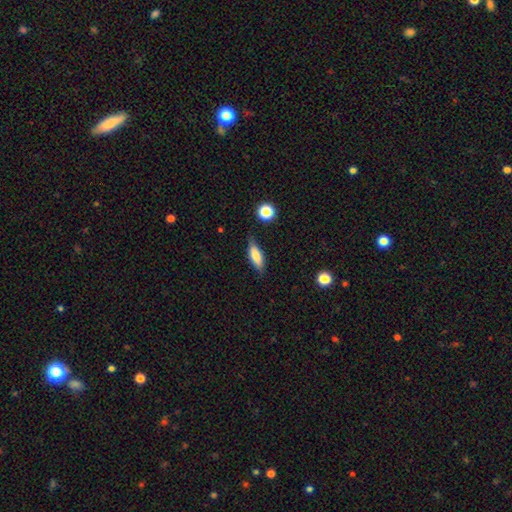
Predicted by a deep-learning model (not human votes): smooth_or_featured: smooth (p=0.77) [alt: featured or disk p=0.16]
how_rounded: in between (p=0.58) [alt: cigar-shaped p=0.40]
merging: none (p=0.78) [alt: minor disturbance p=0.16]